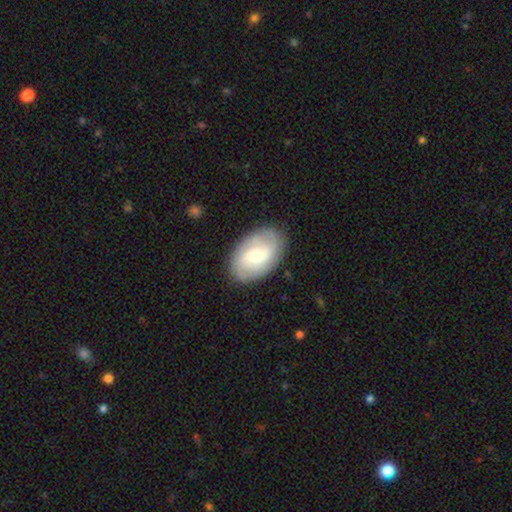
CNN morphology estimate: type=featured or disk (56%); edge-on=no (95%); bar=weak (48%); spiral arms=yes (80%); bulge=moderate (53%); merging=none (85%).